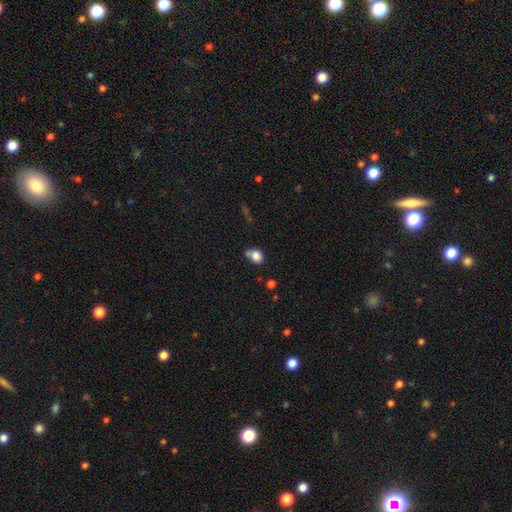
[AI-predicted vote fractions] Morphology: type=smooth (82%); roundness=round (50%); merging=none (45%).